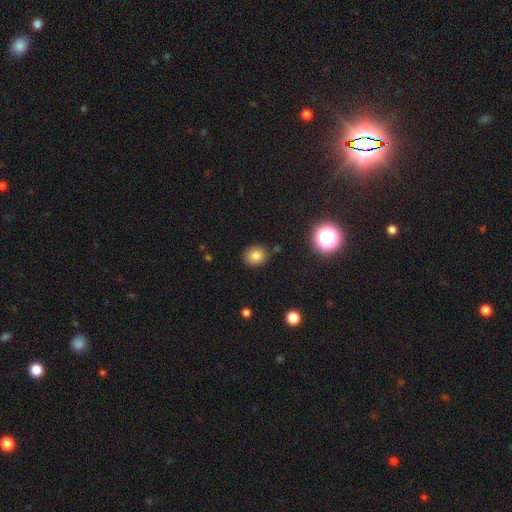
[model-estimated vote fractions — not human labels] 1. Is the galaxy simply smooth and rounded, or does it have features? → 81% smooth, 12% star or artifact, 6% featured or disk.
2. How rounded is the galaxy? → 66% round, 33% in between, 1% cigar-shaped.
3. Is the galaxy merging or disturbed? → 85% none, 10% minor disturbance, 3% major disturbance, 2% merger.